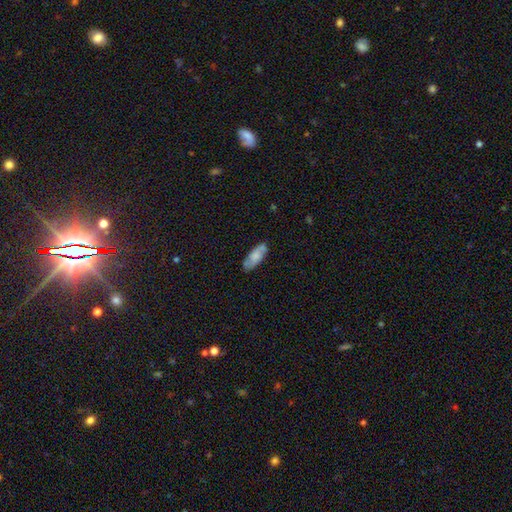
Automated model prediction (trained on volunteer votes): Smooth or featured? smooth (61%)
How rounded? in between (73%)
Merging? none (80%)